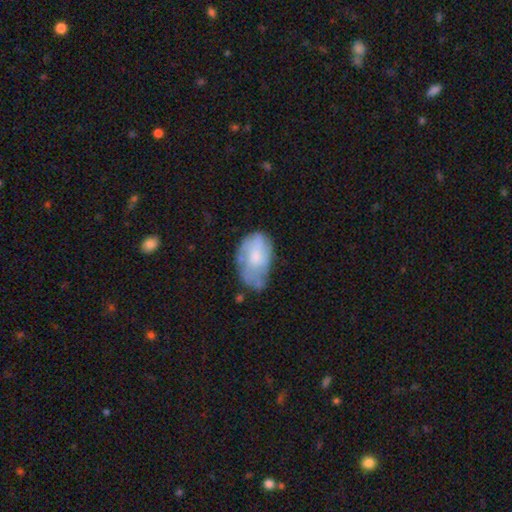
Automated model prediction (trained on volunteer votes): Q: Smooth or featured?
A: smooth (49%); runner-up: featured or disk (44%)
Q: Merging?
A: none (46%); runner-up: minor disturbance (34%)